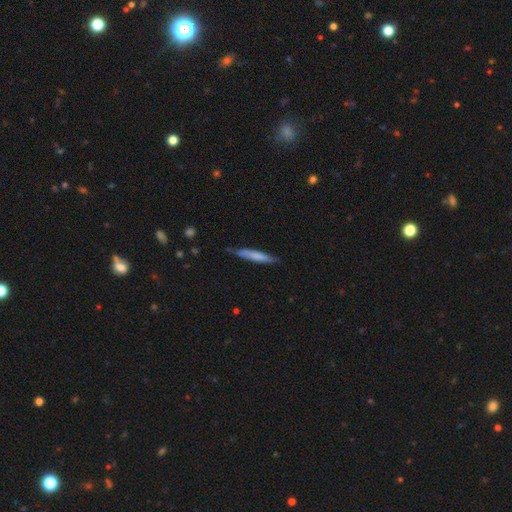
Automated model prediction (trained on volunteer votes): smooth-or-featured: smooth: 67% | featured or disk: 27% | star or artifact: 5%
  how-rounded: cigar-shaped: 93% | in between: 5% | round: 1%
  merging: none: 78% | minor disturbance: 18% | major disturbance: 3% | merger: 2%